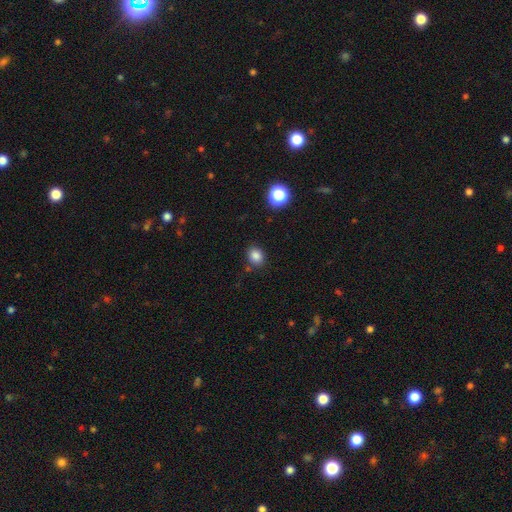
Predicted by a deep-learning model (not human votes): Morphology: type=smooth (84%); roundness=round (51%); merging=none (82%).